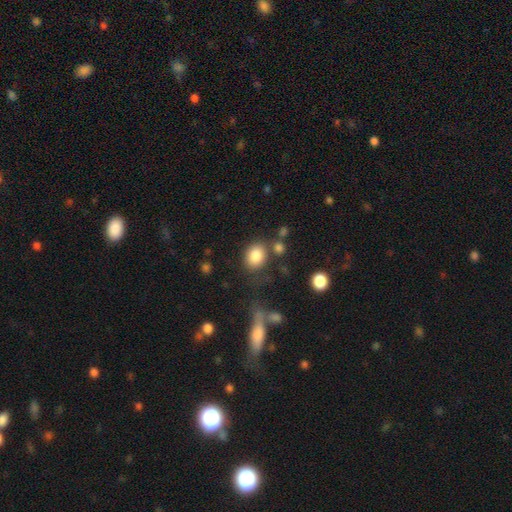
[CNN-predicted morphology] smooth-or-featured: smooth: 84% | star or artifact: 9% | featured or disk: 7%
  how-rounded: in between: 50% | round: 49% | cigar-shaped: 1%
  merging: none: 72% | minor disturbance: 13% | merger: 9% | major disturbance: 6%